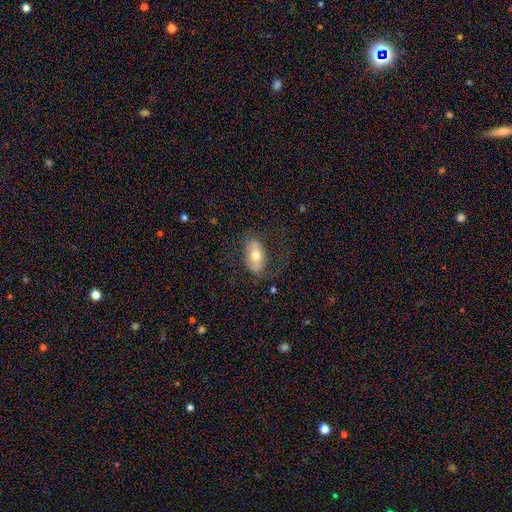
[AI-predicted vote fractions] This is possibly a smooth galaxy (51%). How rounded: clearly in between (91%). Merging: likely none (65%).